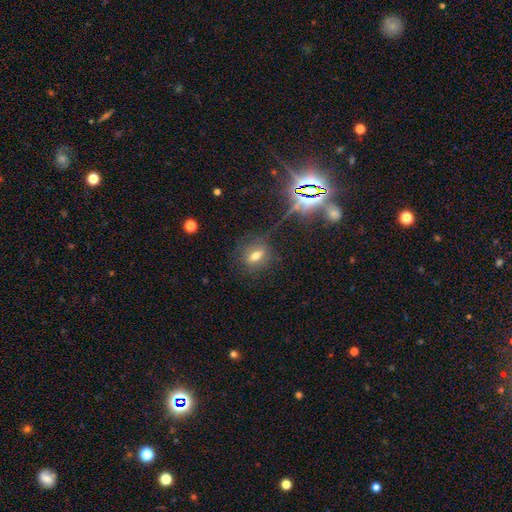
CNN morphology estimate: The model was most divided on "smooth or featured": smooth: 53%, star or artifact: 25%, featured or disk: 21%. More confident: merging — none (78%); how rounded — in between (63%).